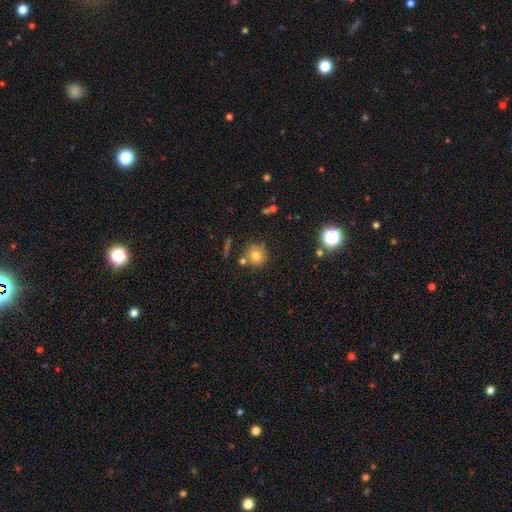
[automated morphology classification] A smooth galaxy with no disk features (76%) that is round (91%). Merging: none (74%).